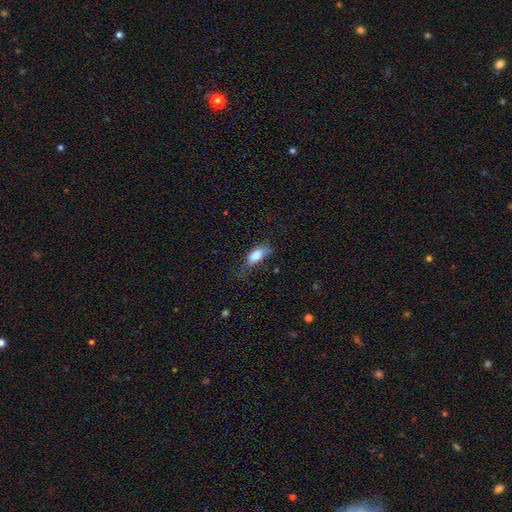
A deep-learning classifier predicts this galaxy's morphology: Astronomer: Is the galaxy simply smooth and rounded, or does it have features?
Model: smooth — 77%.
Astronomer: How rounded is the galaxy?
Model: in between — 82%.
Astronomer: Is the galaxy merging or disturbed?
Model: none — 39% (runner-up: minor disturbance, 37%).